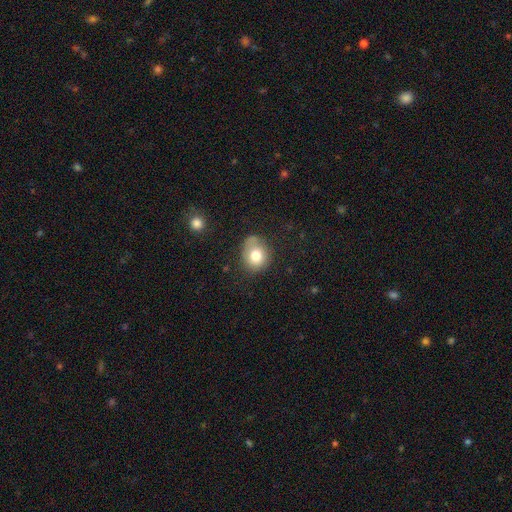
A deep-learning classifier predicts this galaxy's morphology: smooth 77%, featured or disk 13%, star or artifact 10%. Down the decision tree: how rounded — round (64%); merging — none (59%).